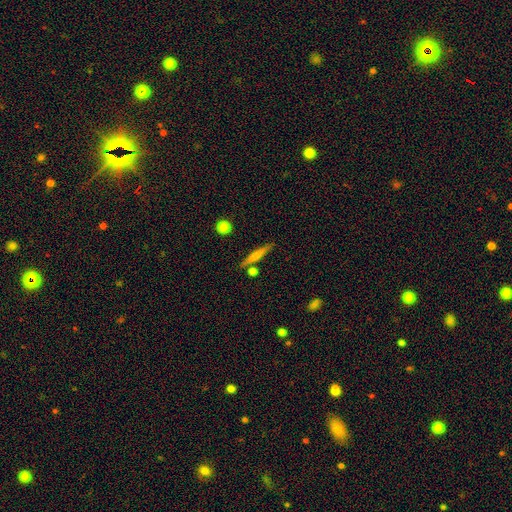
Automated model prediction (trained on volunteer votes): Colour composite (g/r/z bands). It shows a smooth galaxy with no disk features (59%) that is cigar-shaped (92%). Merging: none (80%).